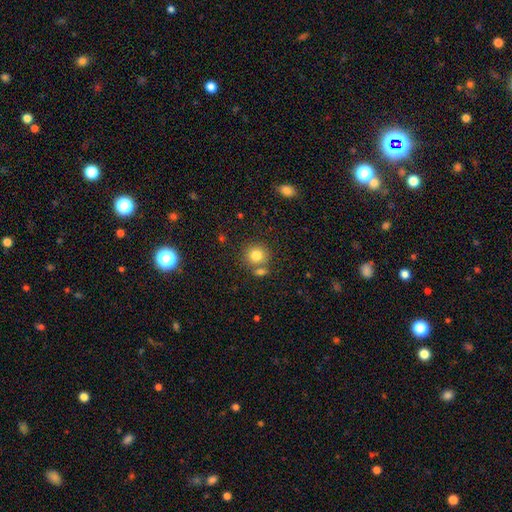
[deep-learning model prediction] The model was most divided on "merging": none: 63%, merger: 24%, minor disturbance: 10%, major disturbance: 3%. More confident: how rounded — round (87%); smooth or featured — smooth (81%).